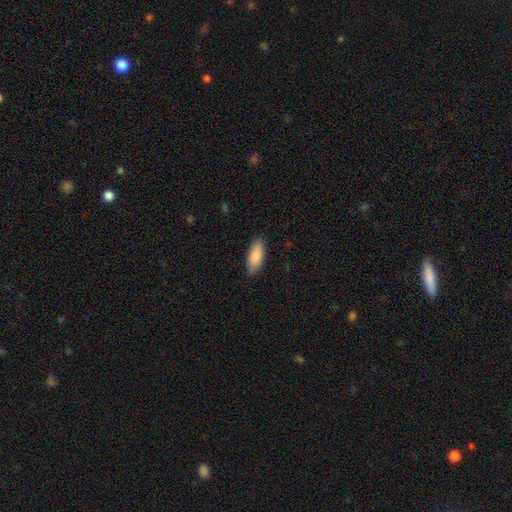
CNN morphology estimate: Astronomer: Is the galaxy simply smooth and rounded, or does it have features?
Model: smooth — 88%.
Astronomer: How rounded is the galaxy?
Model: in between — 80%.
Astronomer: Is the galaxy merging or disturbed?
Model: none — 87%.